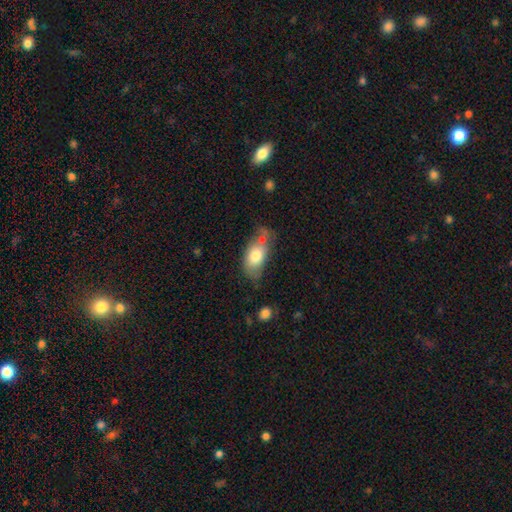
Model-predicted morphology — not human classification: Smooth or featured? smooth (76%)
How rounded? in between (90%)
Merging? none (47%)